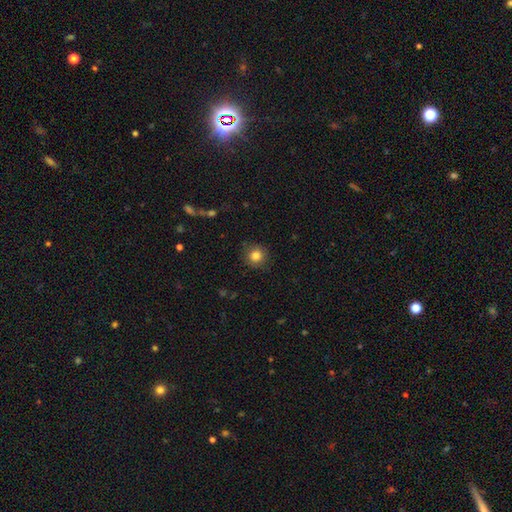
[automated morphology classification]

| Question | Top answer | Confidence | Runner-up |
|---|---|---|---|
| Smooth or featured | smooth | 84% | star or artifact (11%) |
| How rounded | round | 92% | in between (7%) |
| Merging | none | 89% | minor disturbance (8%) |